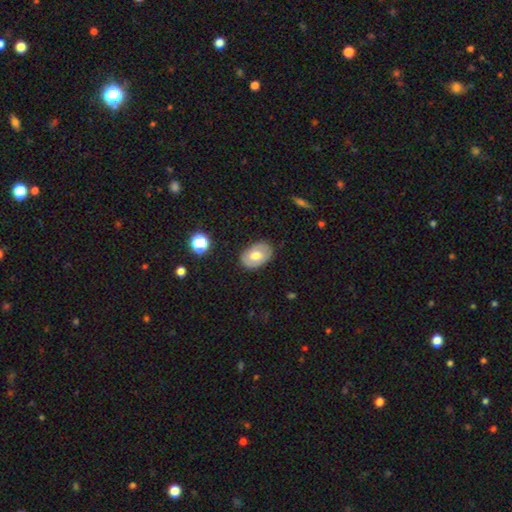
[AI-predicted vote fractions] A smooth galaxy with no disk features (61%) that is in between round and cigar-shaped (82%). Merging: none (84%).